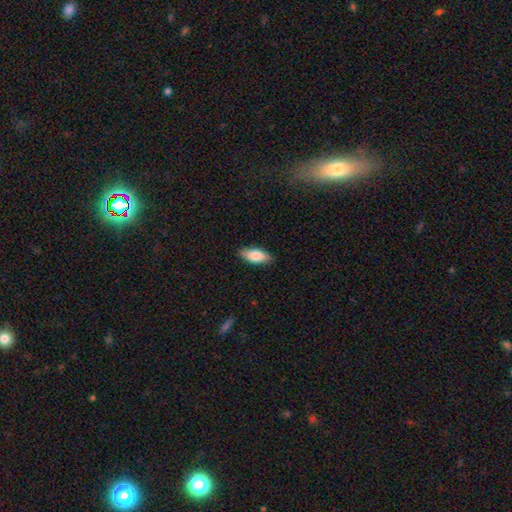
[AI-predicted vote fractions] Smooth or featured? smooth (81%)
How rounded? in between (83%)
Merging? none (87%)